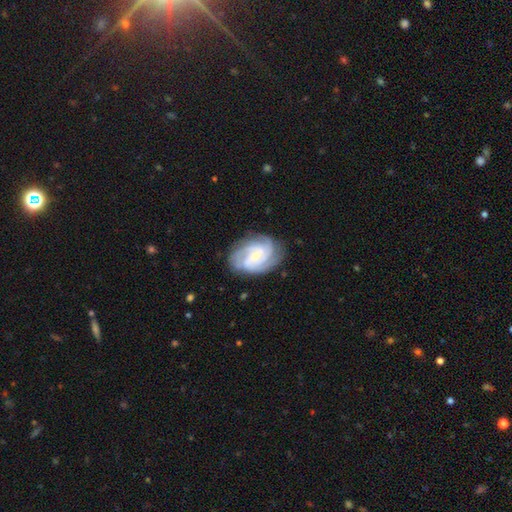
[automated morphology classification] Smooth or featured? Predicted: featured or disk (p=0.87). Edge-on disk? Predicted: no (p=0.98). Bar? Predicted: weak (p=0.45). Spiral arms? Predicted: yes (p=0.97). Spiral winding? Predicted: tight (p=0.60). Spiral arm count? Predicted: 3 (p=0.37). Bulge size? Predicted: small (p=0.68). Merging? Predicted: none (p=0.79).